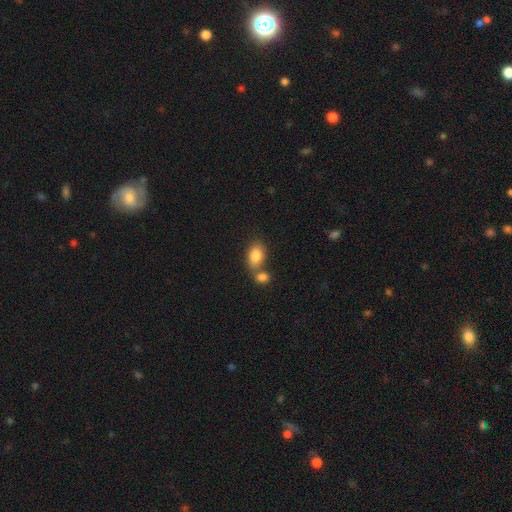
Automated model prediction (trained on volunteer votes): Smooth or featured: smooth — 83% (featured or disk — 9%)
How rounded: in between — 83% (round — 15%)
Merging: none — 43% (merger — 42%)